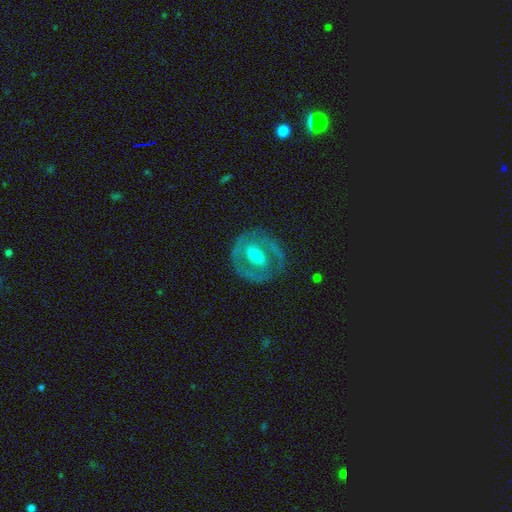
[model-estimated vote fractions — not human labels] The model was most divided on "spiral arms" (2-way tie): no: 50%, yes: 50%. Remaining: edge-on disk — no (95%); merging — none (77%); smooth or featured — featured or disk (72%); bulge size — moderate (57%); bar — no (38%).